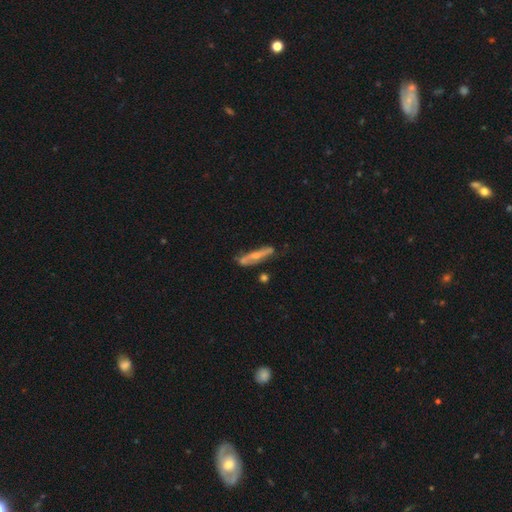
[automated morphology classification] Q: Smooth or featured?
A: featured or disk (58%); runner-up: smooth (36%)
Q: Edge-on disk?
A: yes (64%); runner-up: no (36%)
Q: Merging?
A: none (61%); runner-up: minor disturbance (24%)